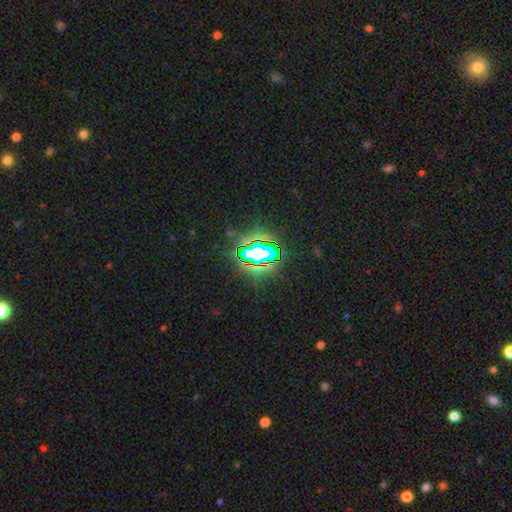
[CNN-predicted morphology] Smooth or featured: star or artifact — 81% (smooth — 11%)